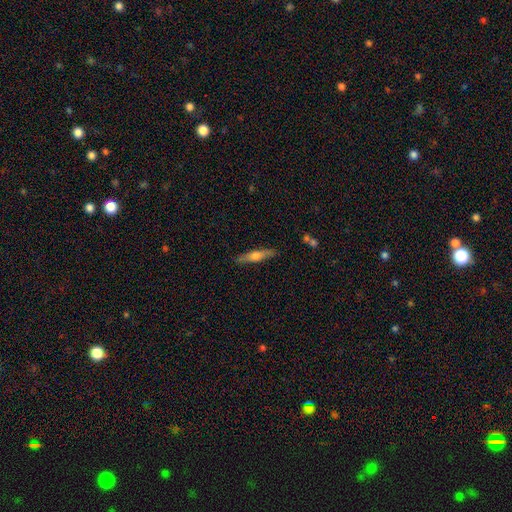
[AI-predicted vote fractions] smooth-or-featured: featured or disk: 49% | smooth: 45% | star or artifact: 6%
  merging: none: 88% | minor disturbance: 9% | major disturbance: 2% | merger: 2%